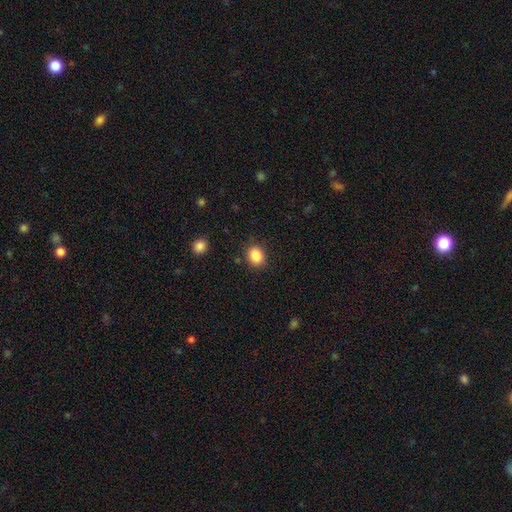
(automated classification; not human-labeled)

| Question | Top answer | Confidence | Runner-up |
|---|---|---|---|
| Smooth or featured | smooth | 87% | star or artifact (9%) |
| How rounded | round | 50% | in between (49%) |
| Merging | none | 86% | minor disturbance (10%) |